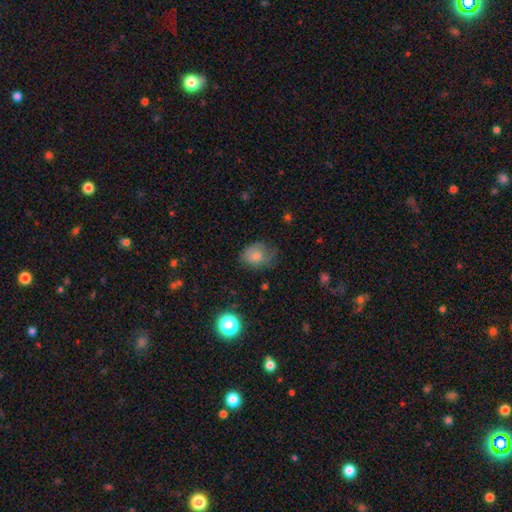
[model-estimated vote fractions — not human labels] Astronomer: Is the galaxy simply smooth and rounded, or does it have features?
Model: smooth — 76%.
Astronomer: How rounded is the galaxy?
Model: in between — 61% (runner-up: round, 38%).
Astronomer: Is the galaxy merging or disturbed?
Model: none — 51% (runner-up: minor disturbance, 32%).